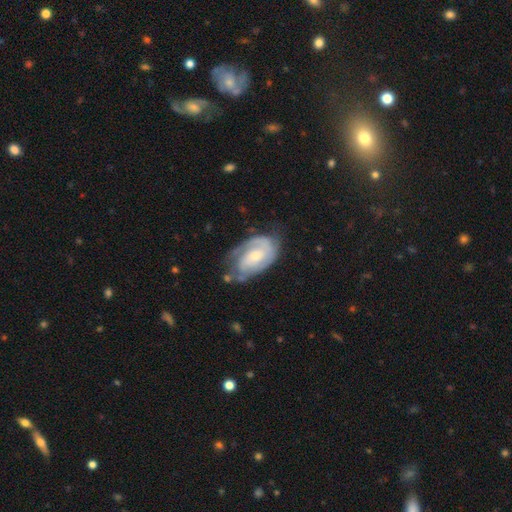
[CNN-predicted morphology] Q: Smooth or featured?
A: featured or disk (76%); runner-up: smooth (19%)
Q: Edge-on disk?
A: no (96%); runner-up: yes (4%)
Q: Bar?
A: no (60%); runner-up: weak (33%)
Q: Spiral arms?
A: yes (89%); runner-up: no (11%)
Q: Spiral winding?
A: tight (57%); runner-up: medium (32%)
Q: Spiral arm count?
A: 2 (45%); runner-up: can't tell (25%)
Q: Bulge size?
A: small (47%); runner-up: moderate (44%)
Q: Merging?
A: none (54%); runner-up: minor disturbance (28%)